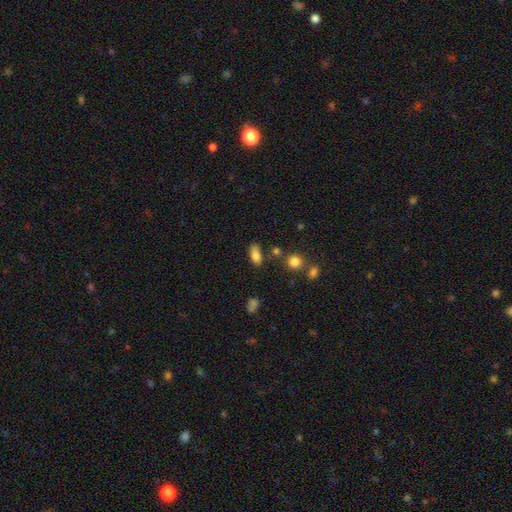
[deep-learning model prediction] smooth 80%, featured or disk 10%, star or artifact 10%. Down the decision tree: how rounded — in between (81%); merging — none (72%).